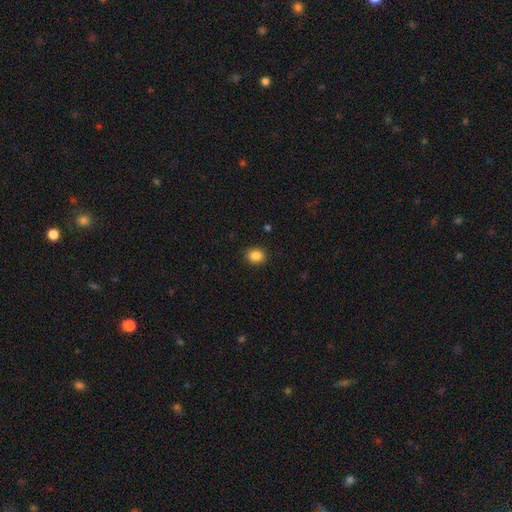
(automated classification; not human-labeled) Smooth or featured? Predicted: smooth (p=0.86). How rounded? Predicted: round (p=0.64). Merging? Predicted: none (p=0.90).